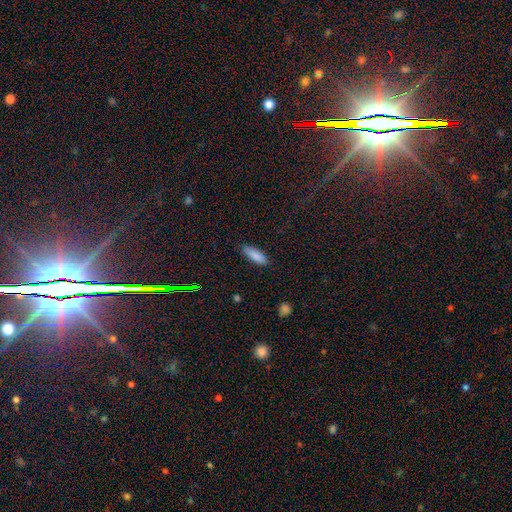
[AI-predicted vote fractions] This is clearly a smooth galaxy (86%). How rounded: possibly in between (53%). Merging: clearly none (84%).